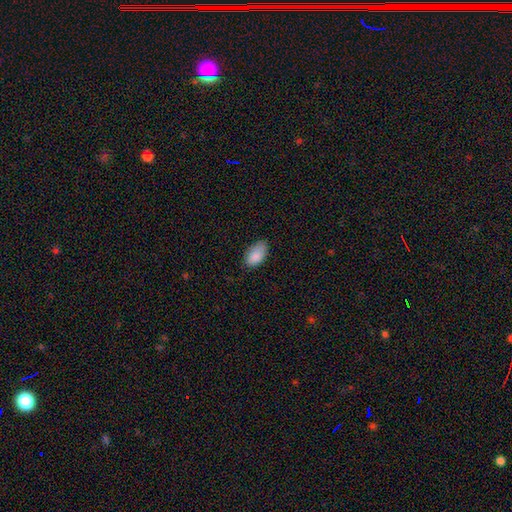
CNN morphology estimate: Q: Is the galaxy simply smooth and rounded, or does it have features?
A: smooth — 88%.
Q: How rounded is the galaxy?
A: in between — 94%.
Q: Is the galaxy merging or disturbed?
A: none — 70%.